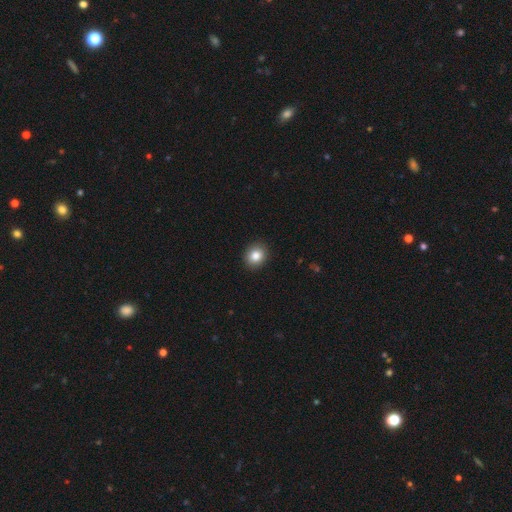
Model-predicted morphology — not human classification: Q: Smooth or featured?
A: smooth (85%); runner-up: star or artifact (9%)
Q: How rounded?
A: round (69%); runner-up: in between (30%)
Q: Merging?
A: none (91%); runner-up: minor disturbance (7%)